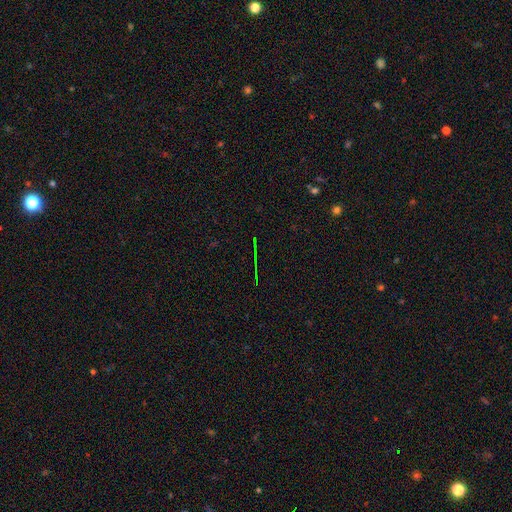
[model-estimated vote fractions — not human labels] Smooth or featured? Predicted: star or artifact (p=0.74).